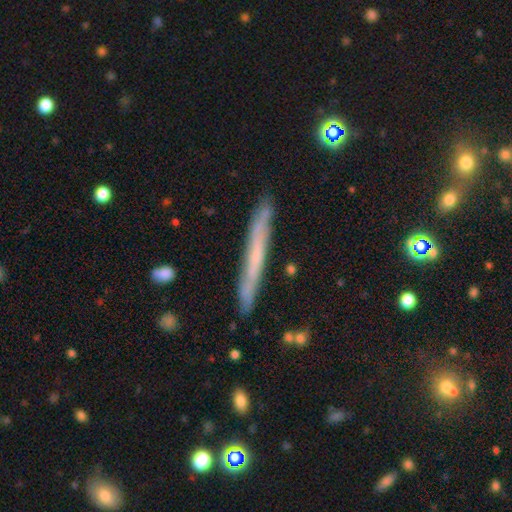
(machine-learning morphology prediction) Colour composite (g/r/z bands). It shows a featured or disk galaxy (47%). Merging: none (86%).